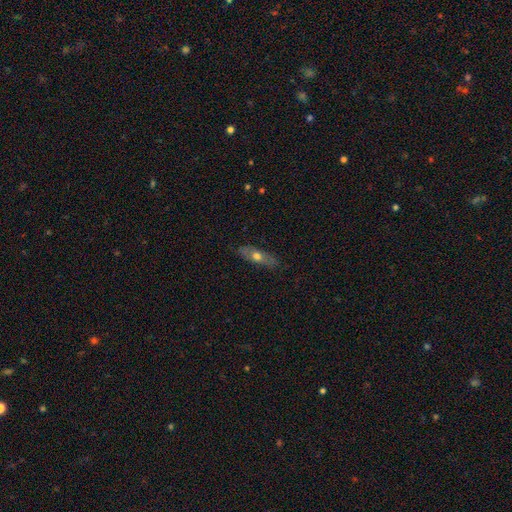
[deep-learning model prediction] smooth-or-featured: featured or disk: 47% | smooth: 46% | star or artifact: 7%
  merging: none: 83% | minor disturbance: 13% | major disturbance: 3% | merger: 1%